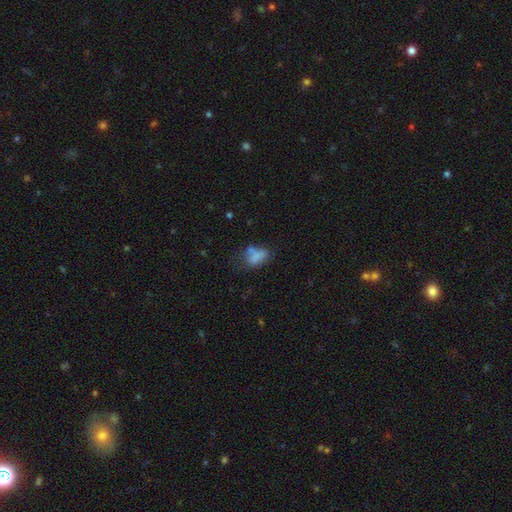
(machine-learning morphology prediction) This appears to be a smooth galaxy with no disk features (70%) that is in between round and cigar-shaped (83%). Merging: none (39%).